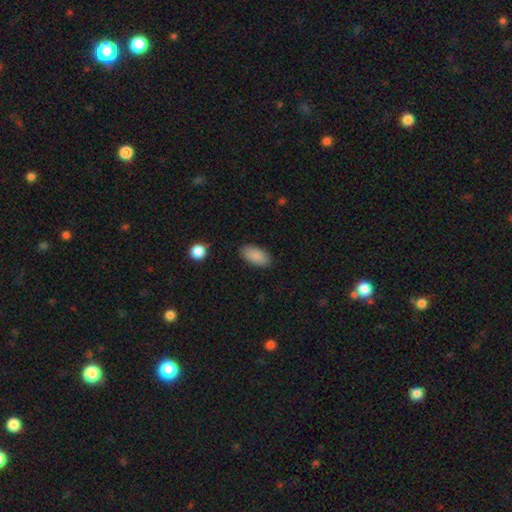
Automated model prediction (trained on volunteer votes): The model was most divided on "merging": none: 86%, minor disturbance: 10%, major disturbance: 3%, merger: 1%. More confident: how rounded — in between (92%); smooth or featured — smooth (89%).